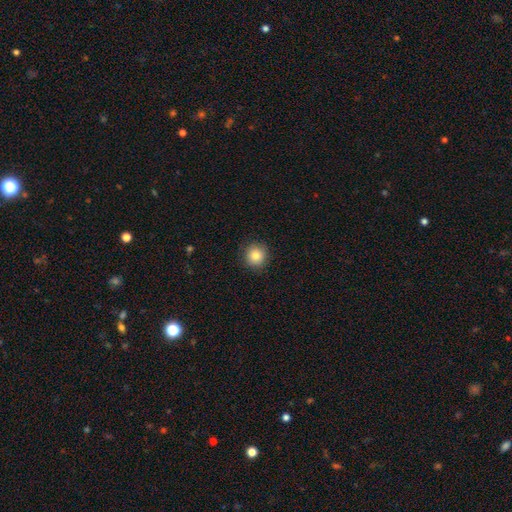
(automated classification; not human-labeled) Morphology: type=smooth (82%); roundness=round (93%); merging=none (90%).